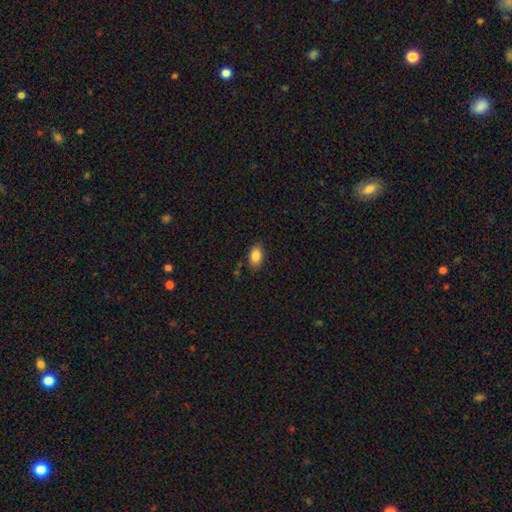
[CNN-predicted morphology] Smooth or featured: smooth — 85% (star or artifact — 8%)
How rounded: in between — 90% (round — 9%)
Merging: none — 83% (minor disturbance — 13%)